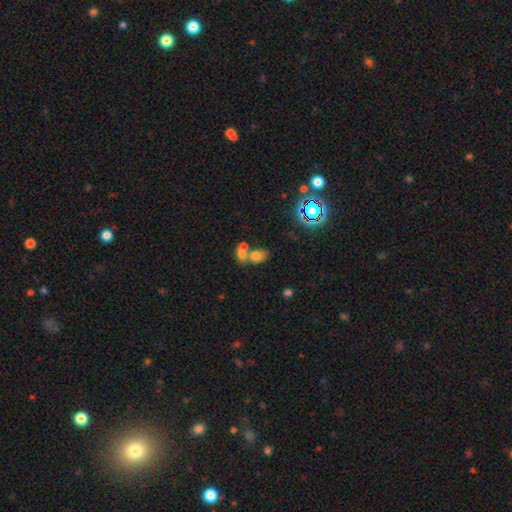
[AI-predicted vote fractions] smooth 66%, star or artifact 18%, featured or disk 16%. Down the decision tree: how rounded — in between (62%); merging — merger (58%).